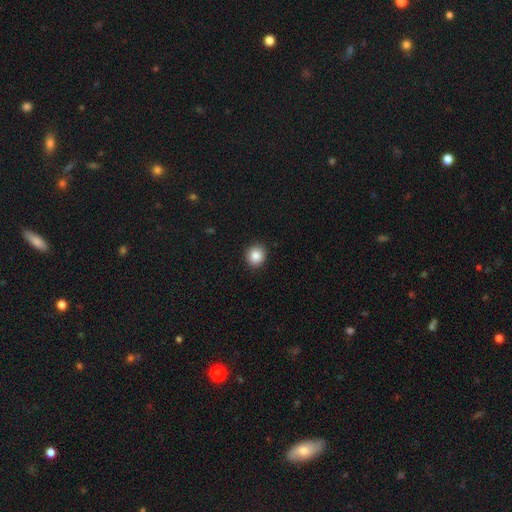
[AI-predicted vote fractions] smooth-or-featured: smooth: 87% | star or artifact: 9% | featured or disk: 4%
  how-rounded: round: 86% | in between: 13% | cigar-shaped: 1%
  merging: none: 91% | minor disturbance: 6% | major disturbance: 2% | merger: 1%